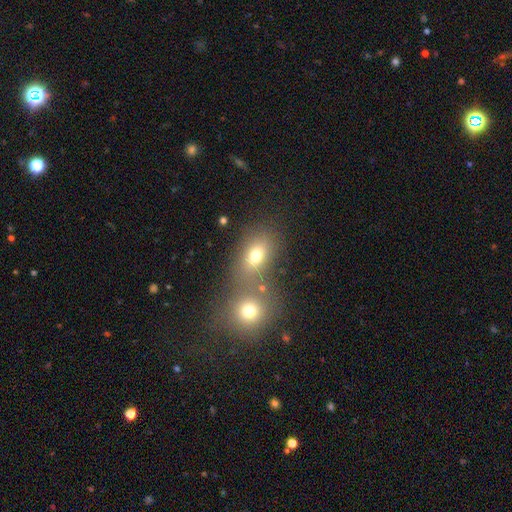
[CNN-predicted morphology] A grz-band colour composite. It shows a smooth galaxy with no disk features (71%) that is in between round and cigar-shaped (58%). Merging: none (48%).